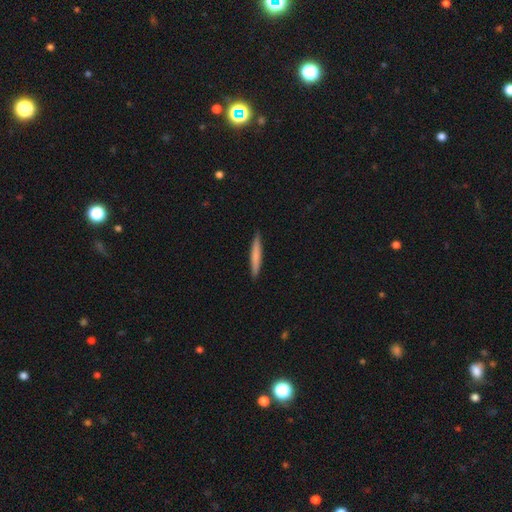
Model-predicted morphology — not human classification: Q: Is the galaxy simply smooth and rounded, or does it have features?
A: smooth — 71%.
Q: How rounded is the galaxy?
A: cigar-shaped — 95%.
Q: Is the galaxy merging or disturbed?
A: none — 91%.